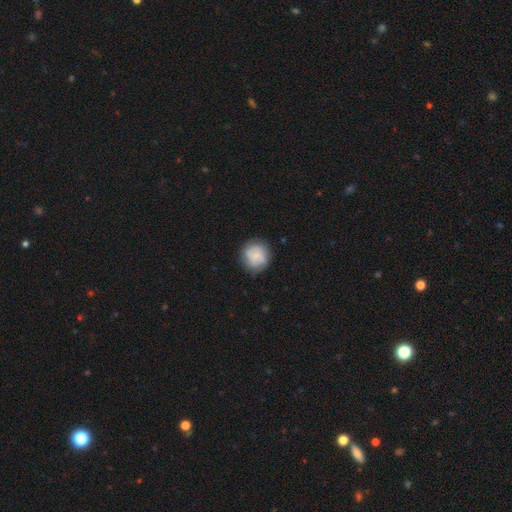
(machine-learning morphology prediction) Smooth or featured? smooth (65%)
How rounded? round (89%)
Merging? none (79%)